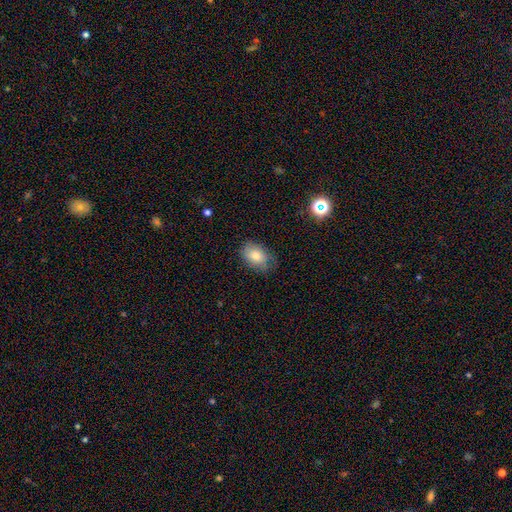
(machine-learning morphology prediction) A smooth galaxy with no disk features (79%) that is in between round and cigar-shaped (83%). Merging: none (70%).